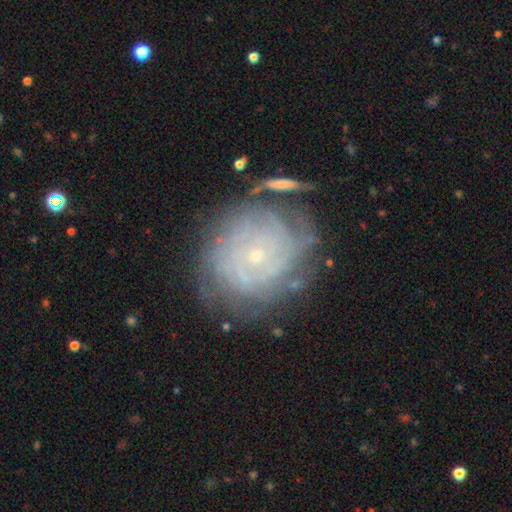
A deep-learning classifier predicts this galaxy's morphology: Overall: featured or disk (79%). Edge-on disk: no (97%). Bar: no (81%). Spiral arms: yes (90%). Spiral arm count: can't tell (45%; 4 16%). Spiral winding: tight (81%). Bulge size: small (83%). Merging: none (69%).